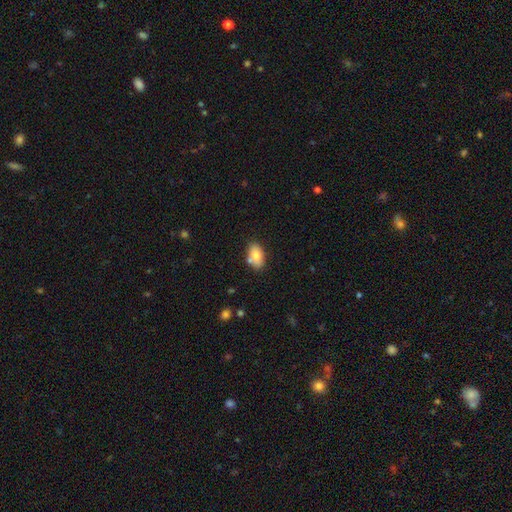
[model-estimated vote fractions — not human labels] smooth 79%, featured or disk 13%, star or artifact 8%. Down the decision tree: how rounded — in between (91%); merging — none (70%).